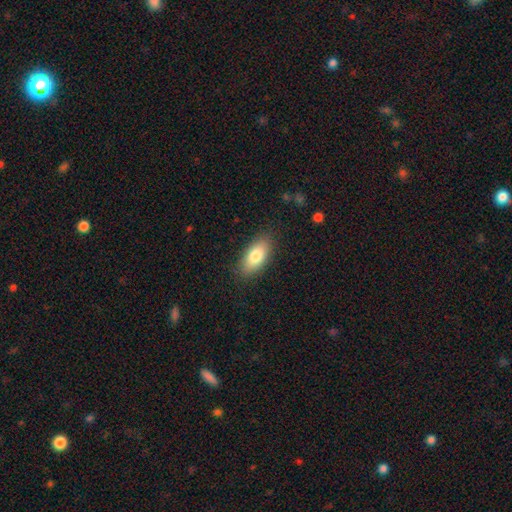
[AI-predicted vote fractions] Smooth or featured? Predicted: smooth (p=0.80). How rounded? Predicted: in between (p=0.86). Merging? Predicted: none (p=0.86).